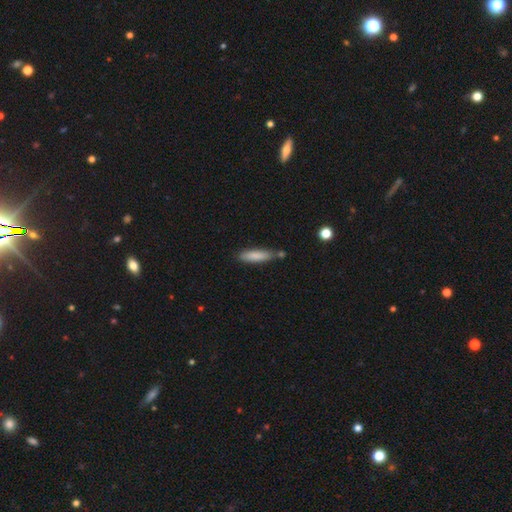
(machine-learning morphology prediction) A smooth galaxy with no disk features (83%) that is cigar-shaped (69%). Merging: none (66%).